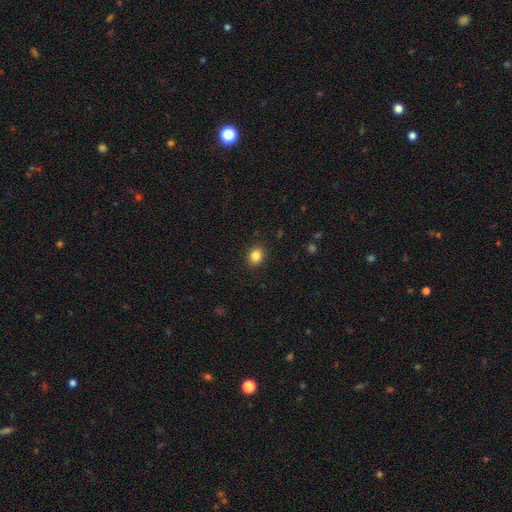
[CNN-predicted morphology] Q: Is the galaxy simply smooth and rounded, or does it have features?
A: smooth — 85%.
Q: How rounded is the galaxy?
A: round — 58%.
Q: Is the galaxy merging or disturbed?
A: none — 90%.